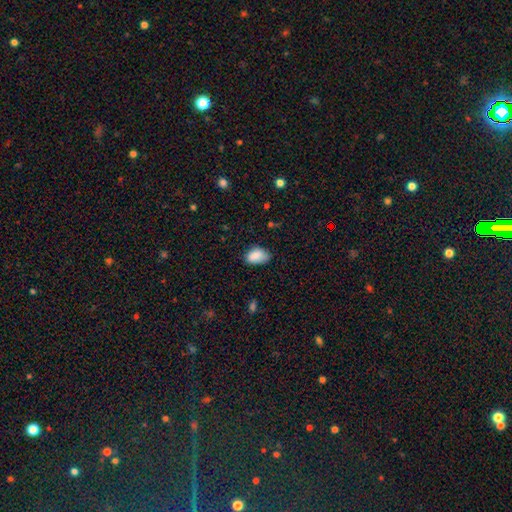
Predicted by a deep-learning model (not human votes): Smooth or featured?
  - smooth: 85% *
  - star or artifact: 8%
  - featured or disk: 7%
How rounded?
  - in between: 89% *
  - round: 10%
  - cigar-shaped: 1%
Merging?
  - none: 61% *
  - minor disturbance: 31%
  - major disturbance: 6%
  - merger: 2%